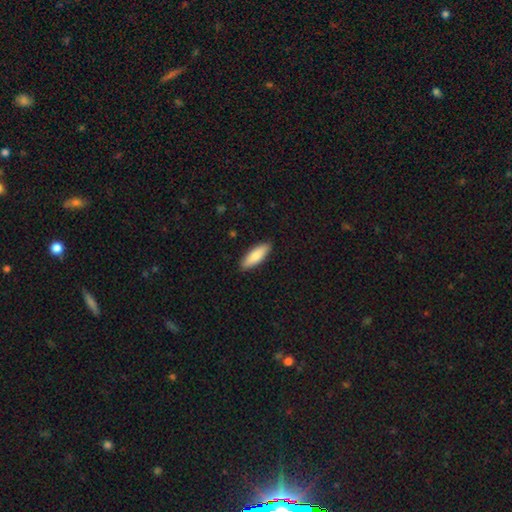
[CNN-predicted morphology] type=smooth (84%); roundness=in between (60%); merging=none (90%).